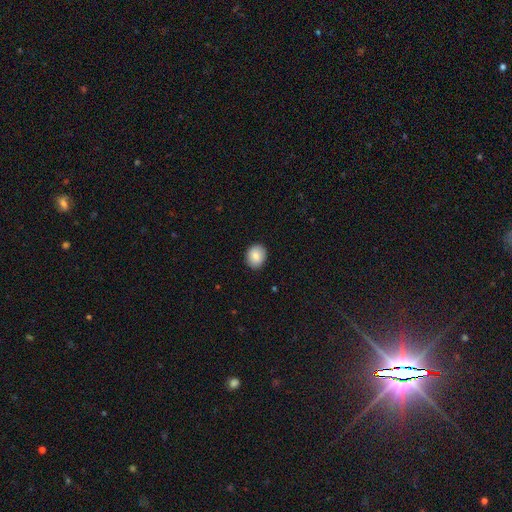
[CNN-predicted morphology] The model was most divided on "how rounded": round: 60%, in between: 39%, cigar-shaped: 1%. More confident: merging — none (90%); smooth or featured — smooth (84%).